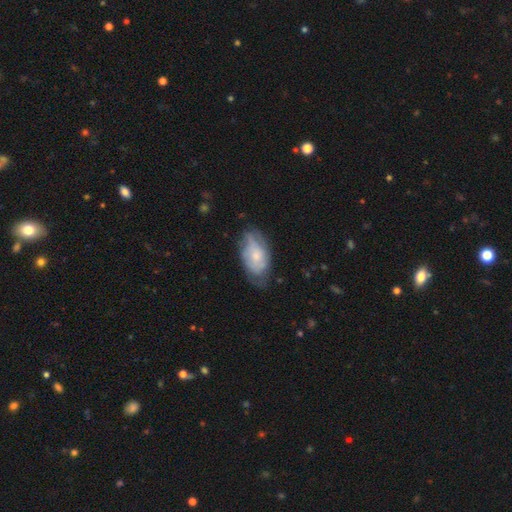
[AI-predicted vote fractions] This is possibly a smooth galaxy (47%, tied with featured or disk). Merging: possibly none (54%).